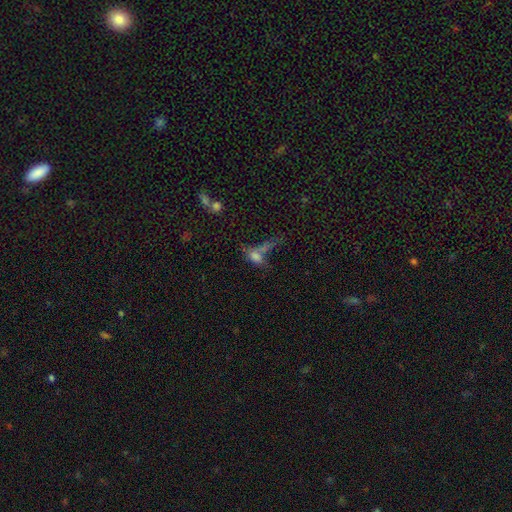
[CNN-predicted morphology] The model was most divided on "merging": merger: 33%, none: 29%, major disturbance: 24%, minor disturbance: 14%. More confident: how rounded — in between (67%); smooth or featured — smooth (57%).